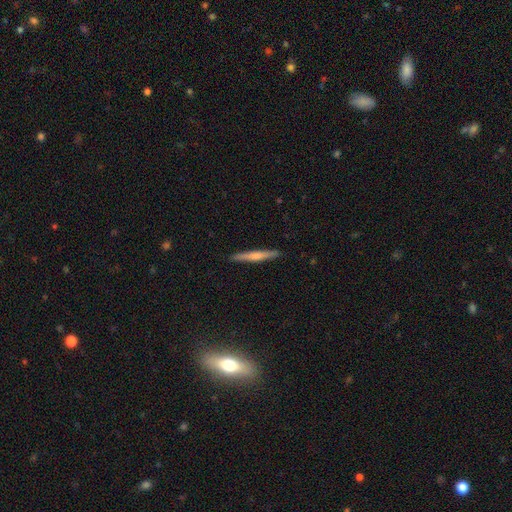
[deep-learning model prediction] This is possibly a smooth galaxy (53%). How rounded: clearly cigar-shaped (96%). Merging: clearly none (91%).